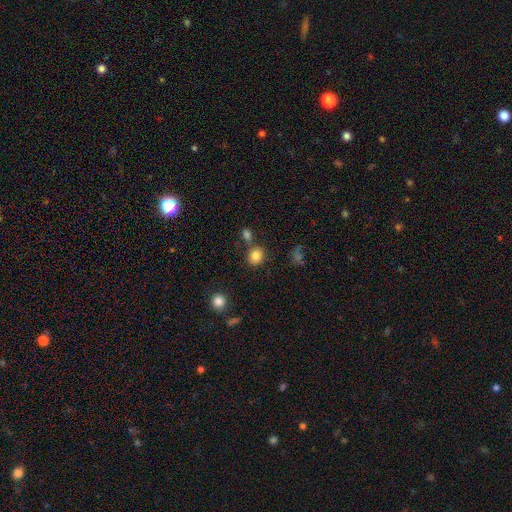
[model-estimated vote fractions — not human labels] Smooth or featured?
  - smooth: 83% *
  - star or artifact: 11%
  - featured or disk: 6%
How rounded?
  - round: 72% *
  - in between: 27%
  - cigar-shaped: 1%
Merging?
  - none: 72% *
  - merger: 14%
  - minor disturbance: 10%
  - major disturbance: 4%